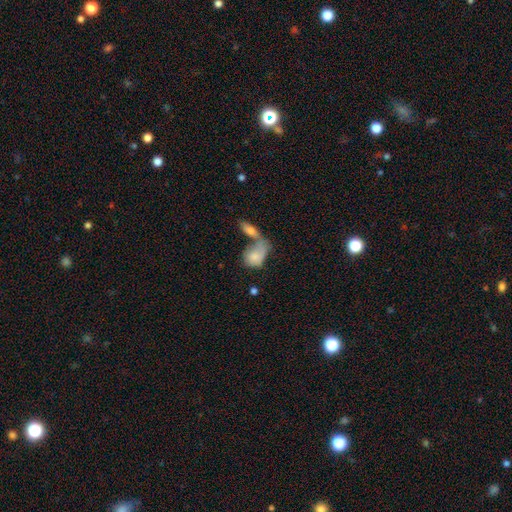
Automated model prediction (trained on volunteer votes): smooth-or-featured: smooth: 74% | featured or disk: 19% | star or artifact: 7%
  how-rounded: in between: 77% | round: 20% | cigar-shaped: 3%
  merging: merger: 56% | none: 19% | major disturbance: 14% | minor disturbance: 11%